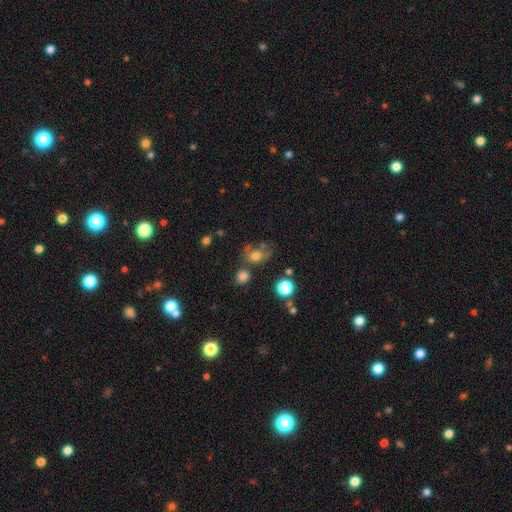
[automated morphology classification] This is marginally a smooth galaxy (43%). Merging: possibly none (57%).